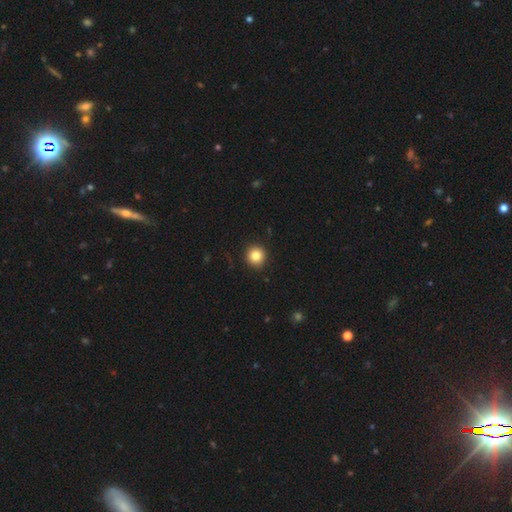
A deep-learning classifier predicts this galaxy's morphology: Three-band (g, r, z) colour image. It shows a smooth galaxy with no disk features (84%) that is round (93%). Merging: none (92%).